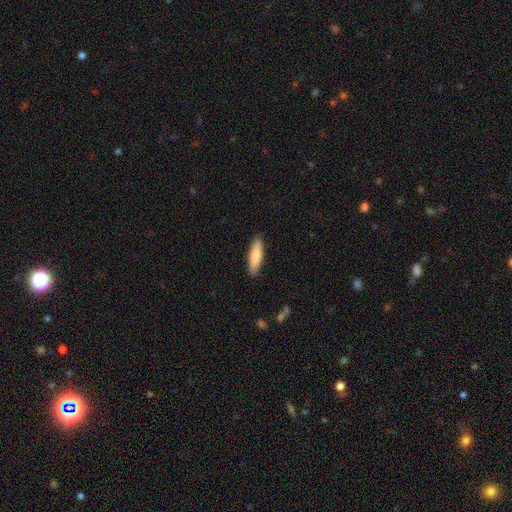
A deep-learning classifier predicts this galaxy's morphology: smooth-or-featured: smooth: 84% | featured or disk: 11% | star or artifact: 5%
  how-rounded: cigar-shaped: 61% | in between: 37% | round: 1%
  merging: none: 89% | minor disturbance: 8% | major disturbance: 2% | merger: 1%